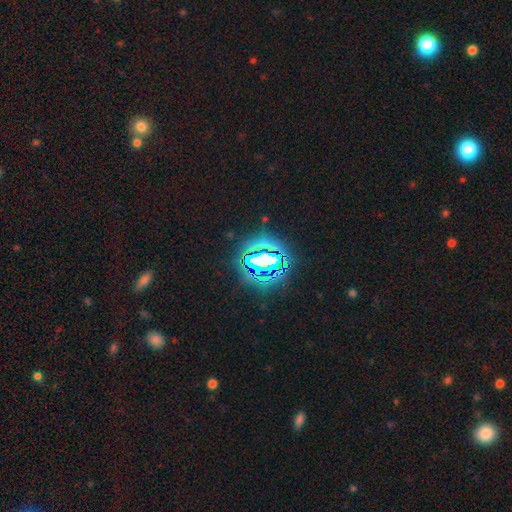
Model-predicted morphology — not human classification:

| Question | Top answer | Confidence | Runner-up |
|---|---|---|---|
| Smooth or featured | star or artifact | 72% | smooth (15%) |